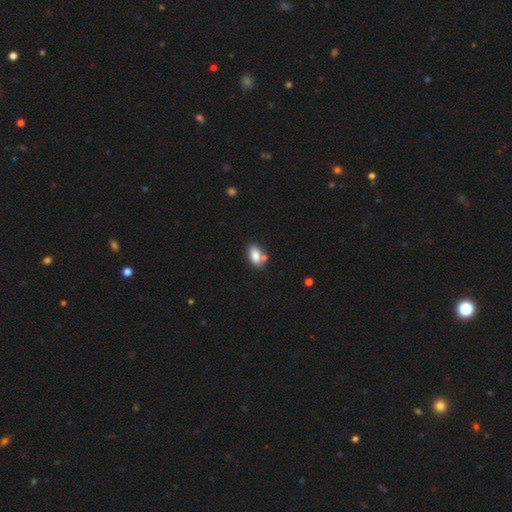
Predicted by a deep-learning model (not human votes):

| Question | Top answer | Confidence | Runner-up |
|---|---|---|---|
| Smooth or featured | smooth | 82% | featured or disk (9%) |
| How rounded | in between | 89% | round (8%) |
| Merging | none | 60% | merger (22%) |